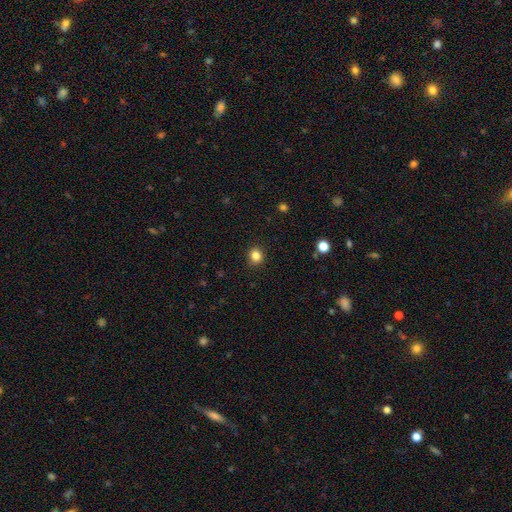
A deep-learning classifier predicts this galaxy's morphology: A smooth galaxy with no disk features (84%) that is round (77%).

Vote fractions:
- Smooth or featured? smooth: 84% / star or artifact: 12% / featured or disk: 4%
- How rounded? round: 77% / in between: 22% / cigar-shaped: 1%
- Merging? none: 90% / minor disturbance: 7% / major disturbance: 2% / merger: 1%